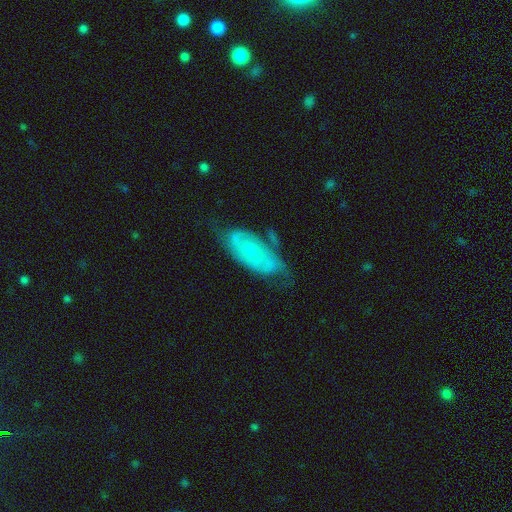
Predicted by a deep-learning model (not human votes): This appears to be a featured or disk galaxy (57%). Merging: none (58%).